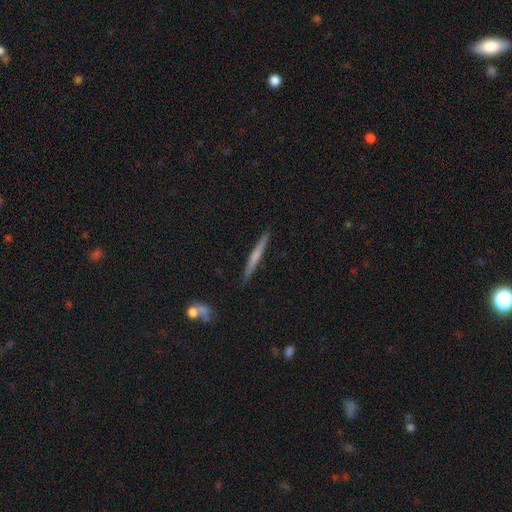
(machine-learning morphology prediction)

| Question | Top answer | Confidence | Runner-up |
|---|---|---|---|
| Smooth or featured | featured or disk | 48% | smooth (47%) |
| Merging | none | 90% | minor disturbance (7%) |